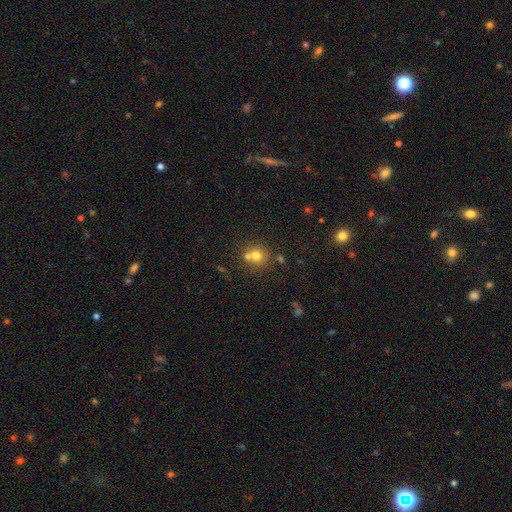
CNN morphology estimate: This appears to be a smooth galaxy with no disk features (70%) that is round (86%). Merging: none (55%).